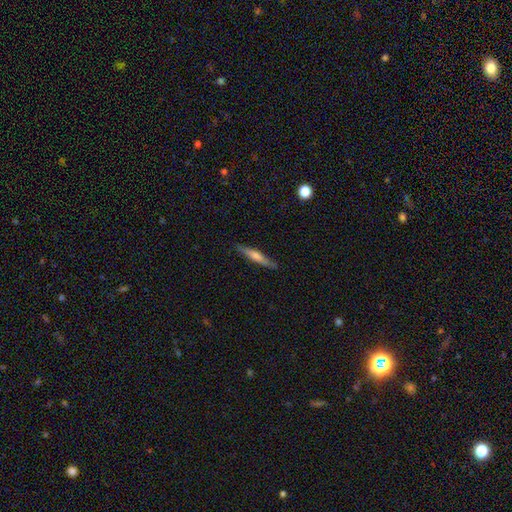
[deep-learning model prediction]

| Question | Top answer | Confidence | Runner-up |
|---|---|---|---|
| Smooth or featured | featured or disk | 52% | smooth (42%) |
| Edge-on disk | yes | 95% | no (5%) |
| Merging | none | 87% | minor disturbance (10%) |